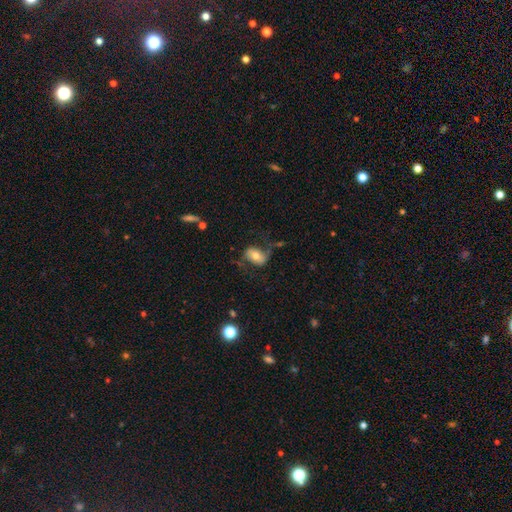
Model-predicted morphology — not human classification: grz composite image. It shows a smooth galaxy with no disk features (55%) that is in between round and cigar-shaped (83%). Merging: none (59%).